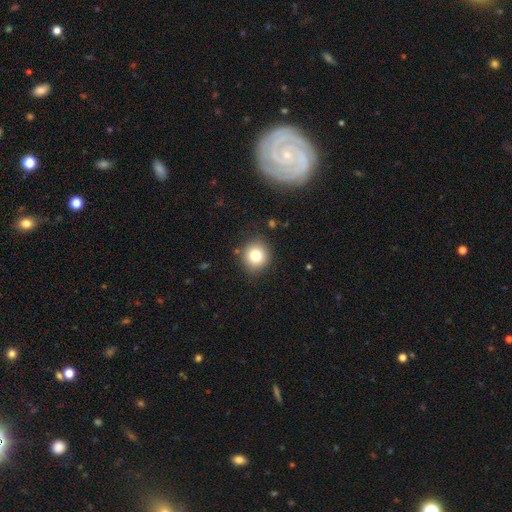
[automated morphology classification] This is likely a smooth galaxy (78%). How rounded: clearly round (89%). Merging: clearly none (87%).